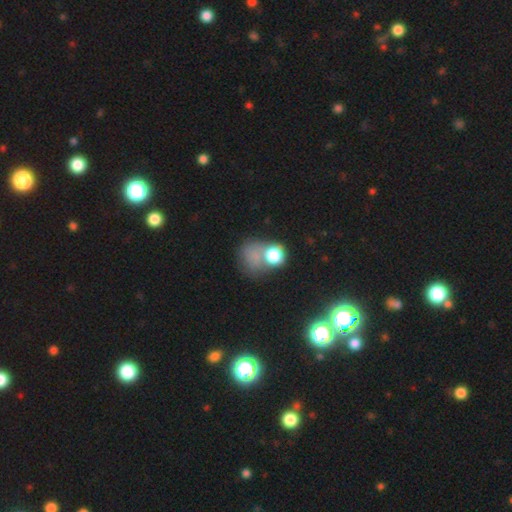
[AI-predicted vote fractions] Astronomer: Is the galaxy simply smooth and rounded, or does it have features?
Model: smooth — 66%.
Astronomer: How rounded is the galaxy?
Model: round — 62%.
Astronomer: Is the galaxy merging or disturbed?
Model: none — 29%, tied with merger at 29%.